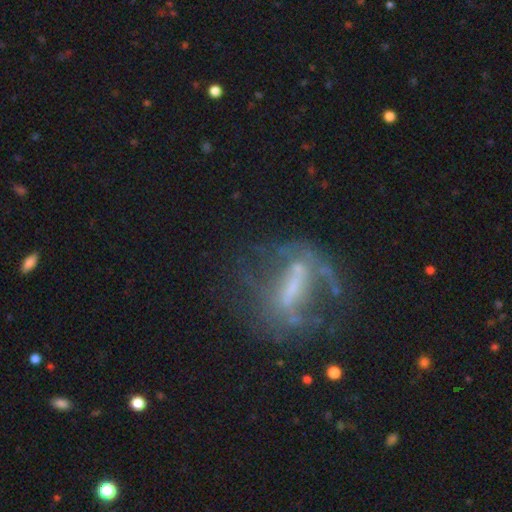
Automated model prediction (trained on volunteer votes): Smooth or featured? Predicted: featured or disk (p=0.68). Edge-on disk? Predicted: no (p=0.85). Bar? Predicted: strong (p=0.53). Spiral arms? Predicted: no (p=0.52). Bulge size? Predicted: none (p=0.38). Merging? Predicted: none (p=0.50).